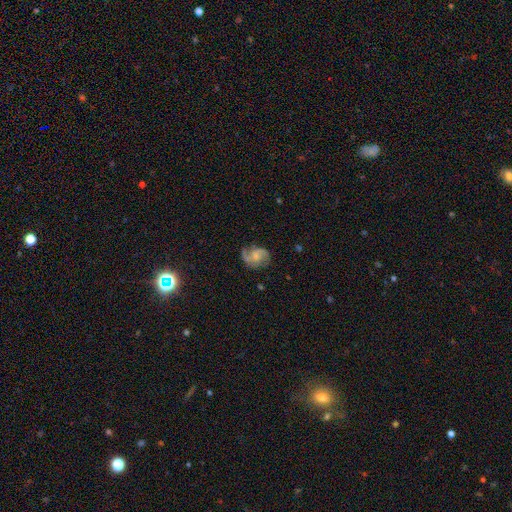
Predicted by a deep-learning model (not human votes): Q: Smooth or featured?
A: featured or disk (76%); runner-up: smooth (17%)
Q: Edge-on disk?
A: no (98%); runner-up: yes (2%)
Q: Bar?
A: no (63%); runner-up: weak (32%)
Q: Spiral arms?
A: yes (94%); runner-up: no (6%)
Q: Spiral winding?
A: medium (50%); runner-up: loose (29%)
Q: Spiral arm count?
A: 2 (75%); runner-up: 3 (9%)
Q: Bulge size?
A: small (49%); runner-up: moderate (31%)
Q: Merging?
A: none (67%); runner-up: minor disturbance (21%)